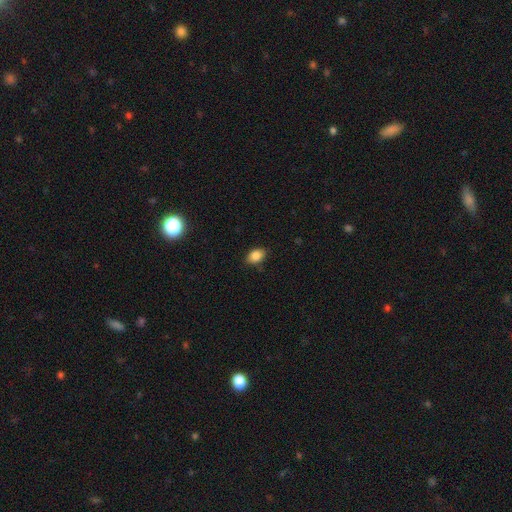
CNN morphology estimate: Smooth or featured? Predicted: smooth (p=0.86). How rounded? Predicted: in between (p=0.84). Merging? Predicted: none (p=0.82).